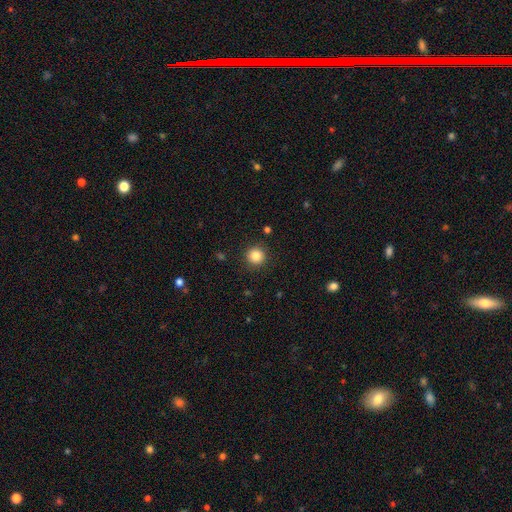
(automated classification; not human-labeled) Smooth or featured: smooth — 84% (star or artifact — 11%)
How rounded: round — 94% (in between — 5%)
Merging: none — 91% (minor disturbance — 6%)